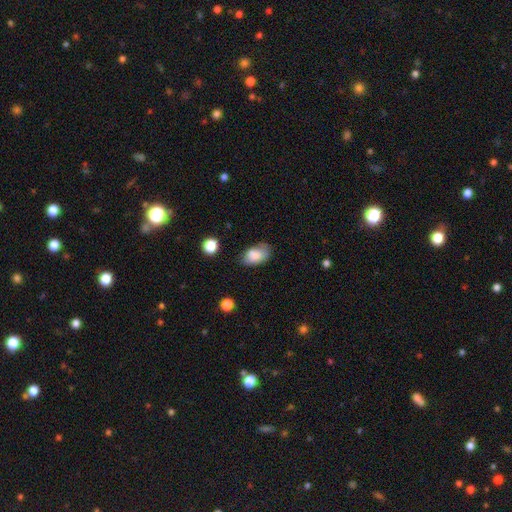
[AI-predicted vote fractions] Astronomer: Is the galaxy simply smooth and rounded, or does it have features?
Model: smooth — 84%.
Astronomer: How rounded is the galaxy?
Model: in between — 90%.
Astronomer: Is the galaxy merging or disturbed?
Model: none — 64%.